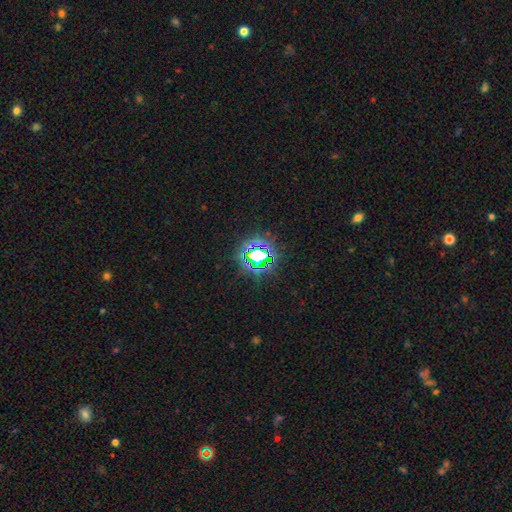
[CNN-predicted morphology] Q: Smooth or featured?
A: star or artifact (73%); runner-up: smooth (17%)